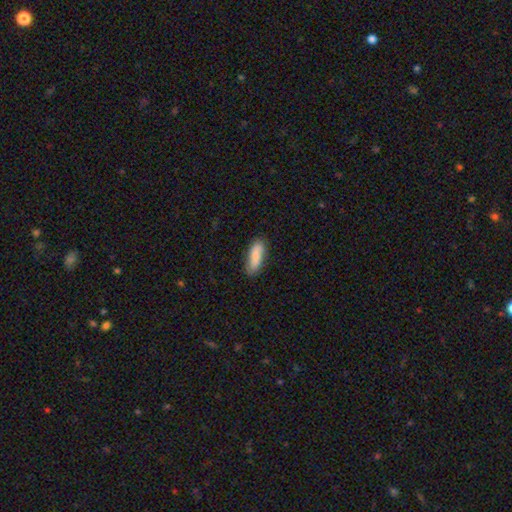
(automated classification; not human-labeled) This is clearly a smooth galaxy (82%). How rounded: possibly in between (59%). Merging: likely none (79%).